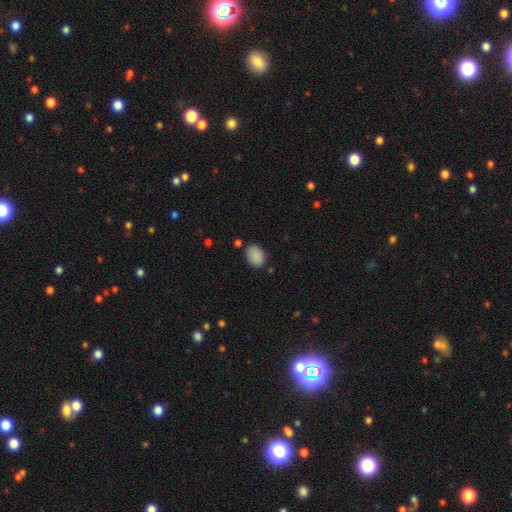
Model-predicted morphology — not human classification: type=smooth (89%); roundness=in between (77%); merging=none (81%).